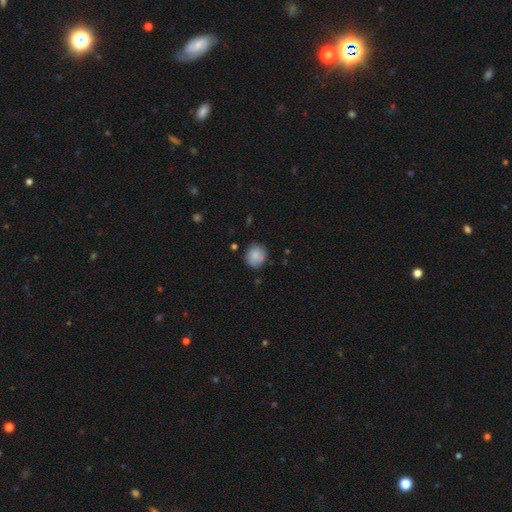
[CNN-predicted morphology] This is clearly a smooth galaxy (87%). How rounded: clearly round (87%). Merging: clearly none (84%).